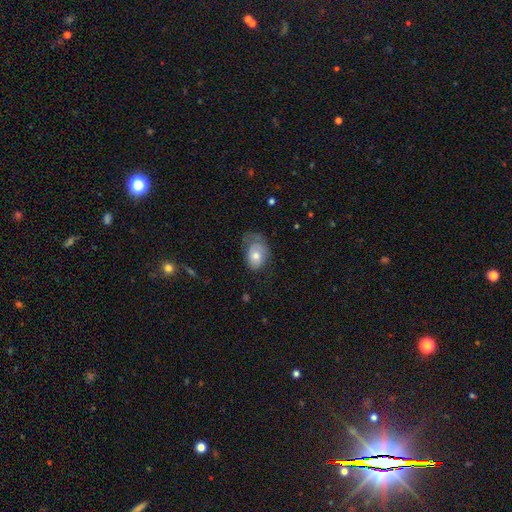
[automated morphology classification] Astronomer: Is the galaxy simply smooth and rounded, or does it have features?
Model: smooth — 61%.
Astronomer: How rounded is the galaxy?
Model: in between — 80%.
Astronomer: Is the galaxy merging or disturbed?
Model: none — 37% (runner-up: minor disturbance, 33%).